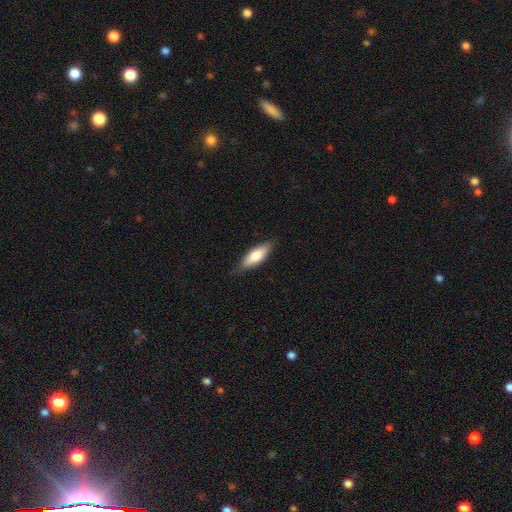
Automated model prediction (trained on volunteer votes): Morphology: type=smooth (72%); roundness=in between (63%); merging=none (82%).